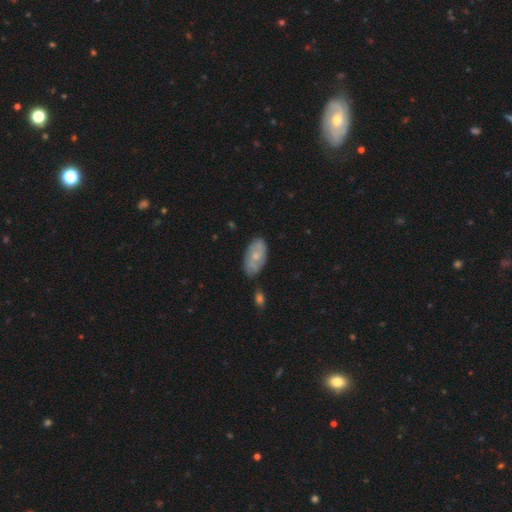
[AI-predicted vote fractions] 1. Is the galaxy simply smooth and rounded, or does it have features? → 52% smooth, 41% featured or disk, 6% star or artifact.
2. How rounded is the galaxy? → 93% in between, 4% round, 3% cigar-shaped.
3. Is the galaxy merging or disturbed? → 71% none, 20% minor disturbance, 4% merger, 4% major disturbance.